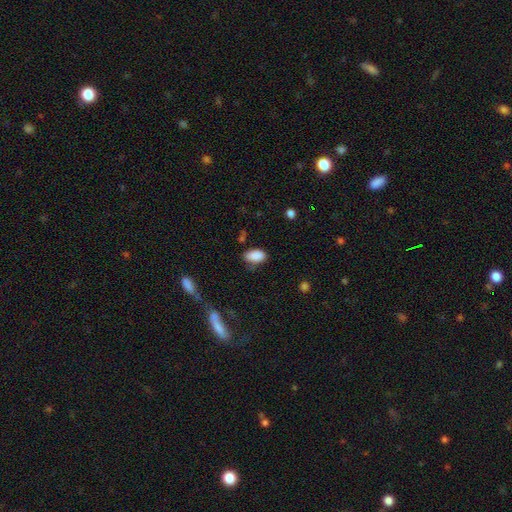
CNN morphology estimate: This appears to be a smooth galaxy with no disk features (88%) that is in between round and cigar-shaped (93%). Merging: none (73%).